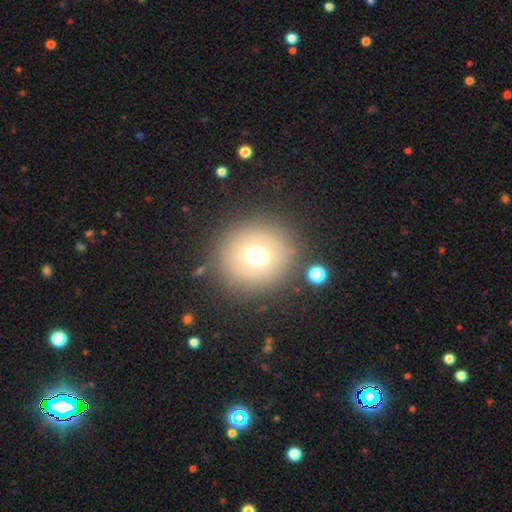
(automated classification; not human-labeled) A smooth galaxy with no disk features (65%) that is round (88%).

Vote fractions:
- Smooth or featured? smooth: 65% / star or artifact: 18% / featured or disk: 17%
- How rounded? round: 88% / in between: 11% / cigar-shaped: 1%
- Merging? none: 83% / minor disturbance: 8% / major disturbance: 5% / merger: 4%